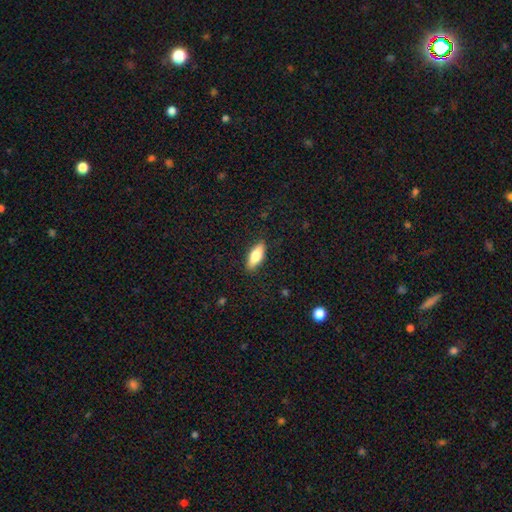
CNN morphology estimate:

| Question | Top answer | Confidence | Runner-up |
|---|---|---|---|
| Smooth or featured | smooth | 73% | featured or disk (21%) |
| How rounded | in between | 70% | cigar-shaped (28%) |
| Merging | none | 88% | minor disturbance (9%) |